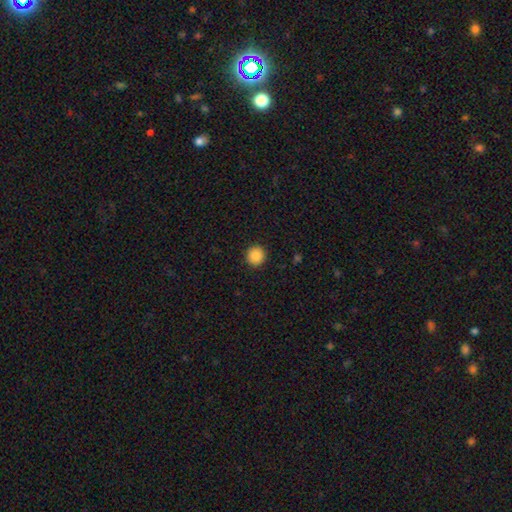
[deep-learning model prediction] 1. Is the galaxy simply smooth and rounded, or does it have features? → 87% smooth, 9% star or artifact, 4% featured or disk.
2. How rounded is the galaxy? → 94% round, 5% in between, 1% cigar-shaped.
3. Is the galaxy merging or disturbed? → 92% none, 5% minor disturbance, 2% major disturbance, 1% merger.